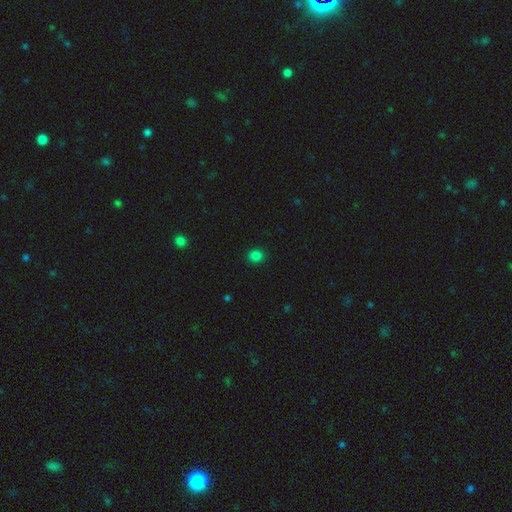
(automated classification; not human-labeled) This is clearly a smooth galaxy (83%). How rounded: clearly round (81%). Merging: clearly none (92%).